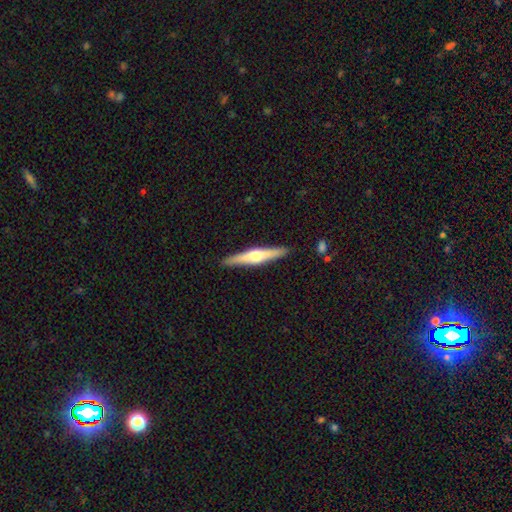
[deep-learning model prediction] A featured or disk galaxy (64%) viewed edge-on (97%) with a rounded central bulge (90%). Merging: none (91%).